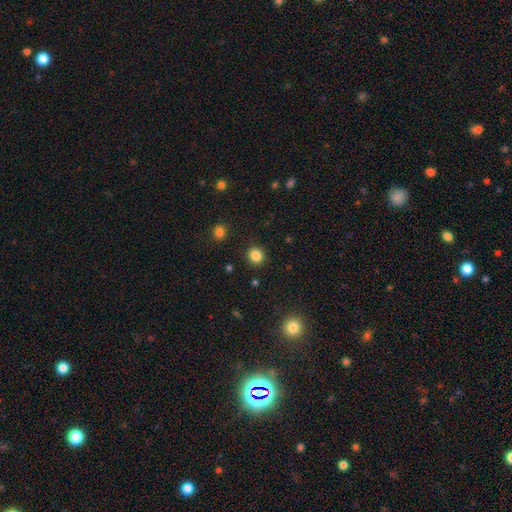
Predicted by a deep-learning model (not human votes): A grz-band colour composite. It shows a smooth galaxy with no disk features (84%) that is round (89%). Merging: none (91%).